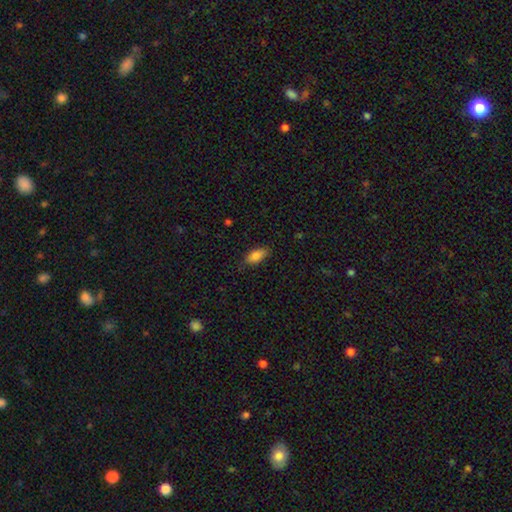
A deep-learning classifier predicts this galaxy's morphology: smooth-or-featured: smooth: 85% | star or artifact: 7% | featured or disk: 7%
  how-rounded: in between: 86% | cigar-shaped: 11% | round: 3%
  merging: none: 78% | minor disturbance: 17% | major disturbance: 3% | merger: 1%